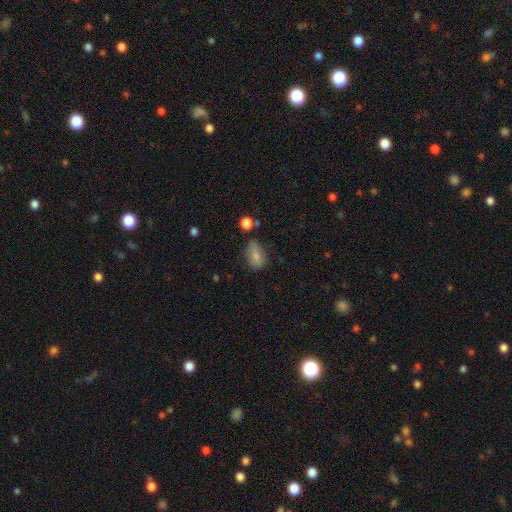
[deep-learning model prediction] Smooth or featured: smooth — 79% (featured or disk — 12%)
How rounded: in between — 83% (round — 14%)
Merging: none — 63% (minor disturbance — 25%)